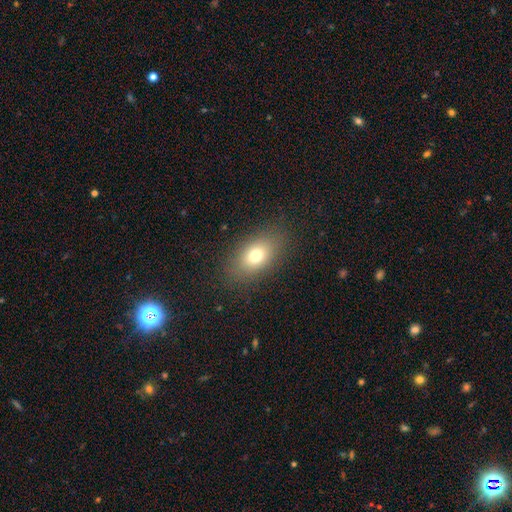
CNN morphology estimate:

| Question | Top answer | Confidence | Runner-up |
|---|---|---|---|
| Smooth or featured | smooth | 74% | featured or disk (14%) |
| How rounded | in between | 83% | round (14%) |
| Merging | none | 85% | minor disturbance (10%) |